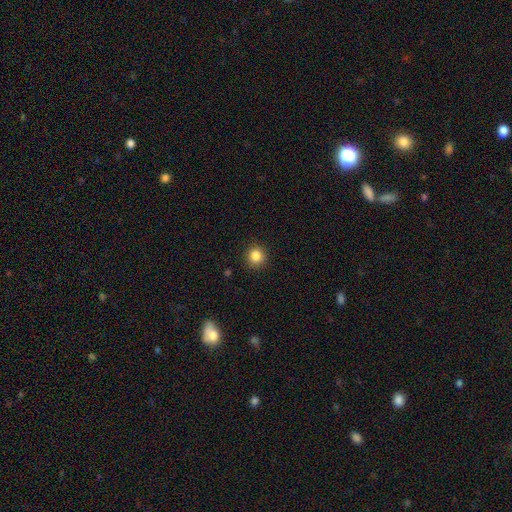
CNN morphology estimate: The model was most divided on "smooth or featured": smooth: 85%, star or artifact: 11%, featured or disk: 4%. More confident: how rounded — round (92%); merging — none (91%).